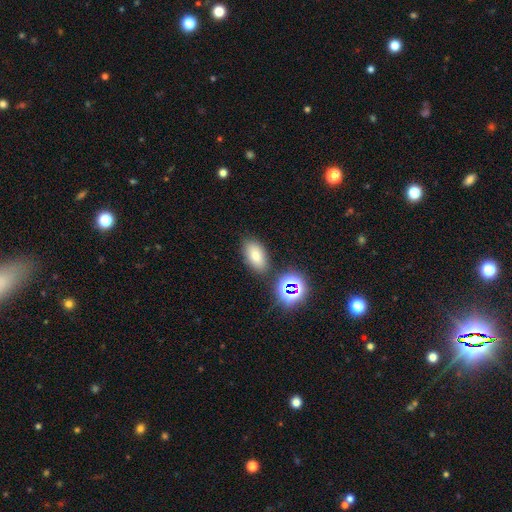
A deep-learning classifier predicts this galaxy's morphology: smooth-or-featured: smooth: 75% | star or artifact: 15% | featured or disk: 10%
  how-rounded: in between: 89% | round: 8% | cigar-shaped: 4%
  merging: none: 80% | minor disturbance: 11% | merger: 6% | major disturbance: 4%